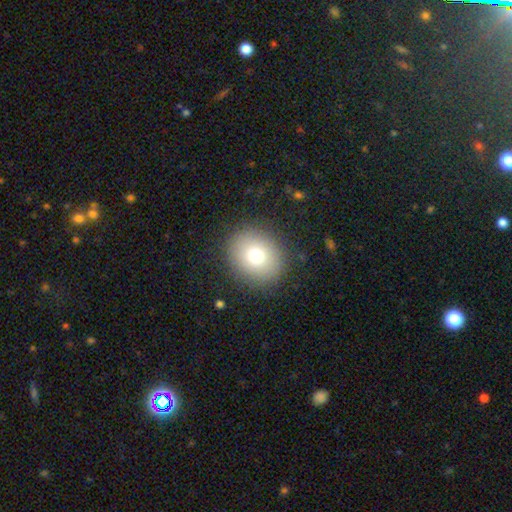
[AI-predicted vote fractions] smooth_or_featured: smooth (p=0.76) [alt: featured or disk p=0.12]
how_rounded: round (p=0.74) [alt: in between p=0.25]
merging: none (p=0.88) [alt: minor disturbance p=0.08]